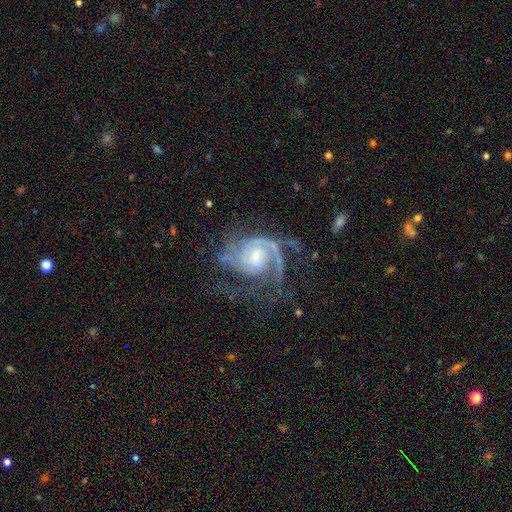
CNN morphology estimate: Q: Smooth or featured?
A: featured or disk (91%); runner-up: star or artifact (5%)
Q: Edge-on disk?
A: no (98%); runner-up: yes (2%)
Q: Bar?
A: no (58%); runner-up: weak (34%)
Q: Spiral arms?
A: yes (98%); runner-up: no (2%)
Q: Spiral winding?
A: tight (53%); runner-up: medium (39%)
Q: Spiral arm count?
A: 2 (48%); runner-up: 3 (20%)
Q: Bulge size?
A: small (53%); runner-up: moderate (37%)
Q: Merging?
A: none (53%); runner-up: major disturbance (25%)